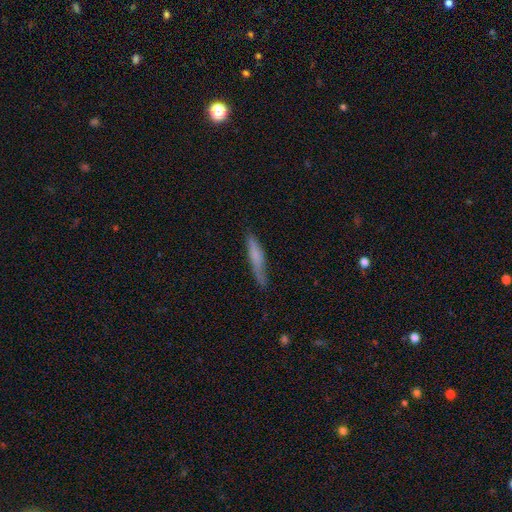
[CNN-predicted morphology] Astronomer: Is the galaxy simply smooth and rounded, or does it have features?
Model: smooth — 68%.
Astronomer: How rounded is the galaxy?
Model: cigar-shaped — 87%.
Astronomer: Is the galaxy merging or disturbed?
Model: none — 65%.